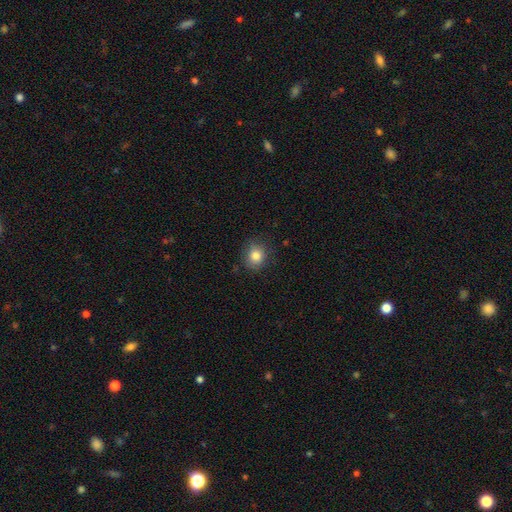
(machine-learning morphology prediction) Q: Smooth or featured?
A: smooth (83%); runner-up: star or artifact (10%)
Q: How rounded?
A: round (75%); runner-up: in between (24%)
Q: Merging?
A: none (82%); runner-up: minor disturbance (14%)